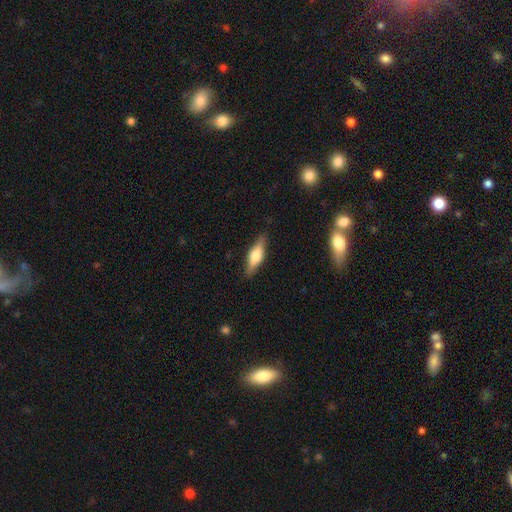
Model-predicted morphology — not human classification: Smooth or featured: smooth — 50% (featured or disk — 44%)
Merging: none — 86% (minor disturbance — 11%)